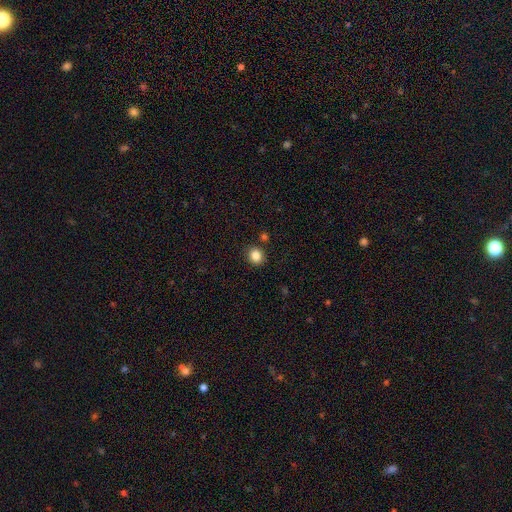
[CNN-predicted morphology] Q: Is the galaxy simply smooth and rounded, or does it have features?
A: smooth — 85%.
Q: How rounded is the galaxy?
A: round — 78%.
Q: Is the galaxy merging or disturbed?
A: none — 87%.